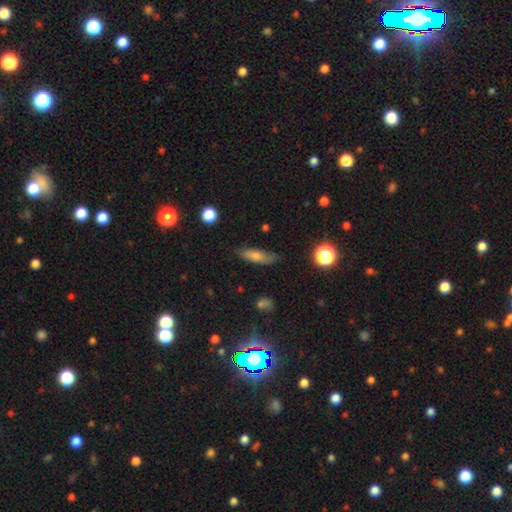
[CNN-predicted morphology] The model was most divided on "how rounded": cigar-shaped: 52%, in between: 44%, round: 4%. More confident: merging — none (79%); smooth or featured — smooth (66%).